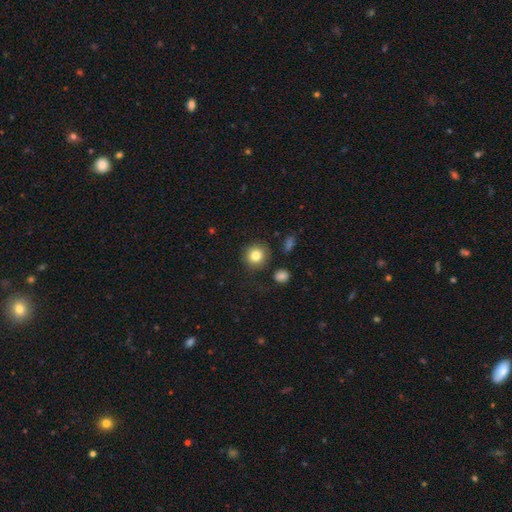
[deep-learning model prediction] Overall: smooth (82%). How rounded: round (91%). Merging: none (86%).